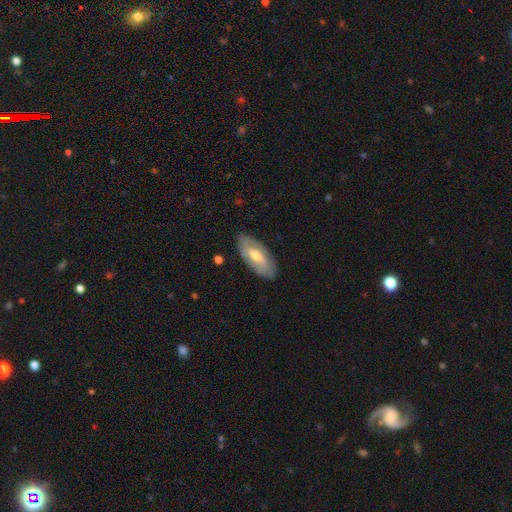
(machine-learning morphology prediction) featured or disk 55%, smooth 39%, star or artifact 6%. Down the decision tree: edge-on disk — no (85%); merging — none (83%).